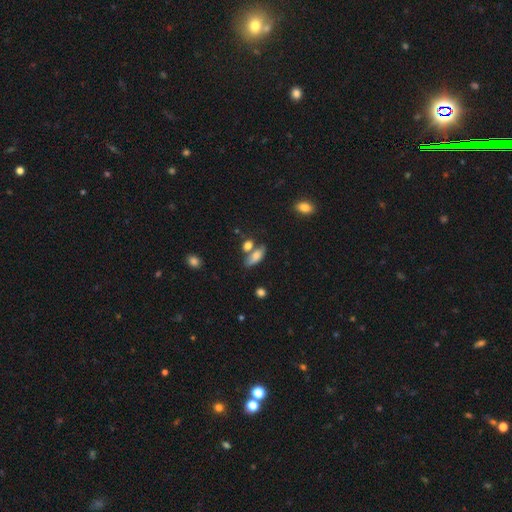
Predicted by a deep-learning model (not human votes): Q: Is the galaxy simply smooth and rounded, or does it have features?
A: smooth — 75%.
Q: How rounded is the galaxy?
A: in between — 71%.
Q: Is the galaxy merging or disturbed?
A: none — 50%.